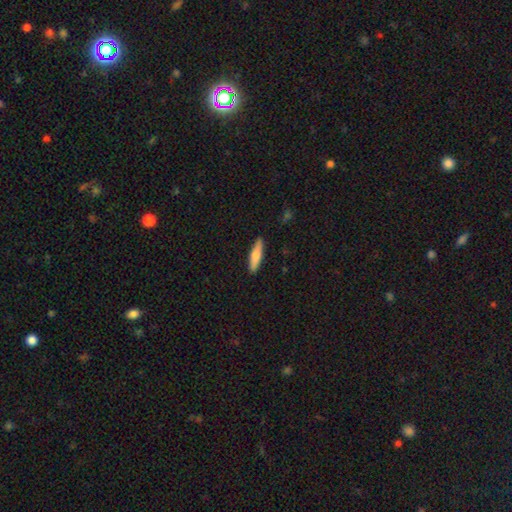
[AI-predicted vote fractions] Overall: smooth (71%). How rounded: cigar-shaped (76%). Merging: none (89%).